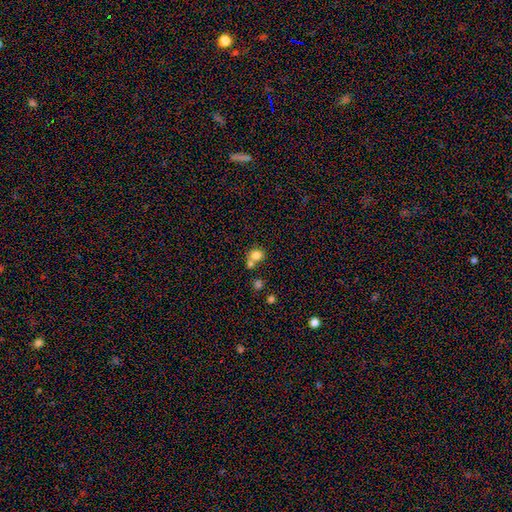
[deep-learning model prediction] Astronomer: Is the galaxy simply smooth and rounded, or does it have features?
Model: smooth — 80%.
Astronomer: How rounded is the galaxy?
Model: round — 77%.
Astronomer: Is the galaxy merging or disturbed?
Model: none — 45% (runner-up: merger, 43%).